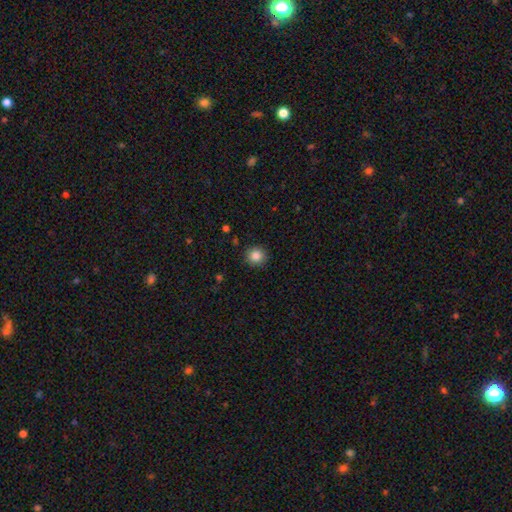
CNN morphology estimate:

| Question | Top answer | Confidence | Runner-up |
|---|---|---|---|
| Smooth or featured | smooth | 86% | star or artifact (10%) |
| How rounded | round | 92% | in between (7%) |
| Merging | none | 90% | minor disturbance (7%) |